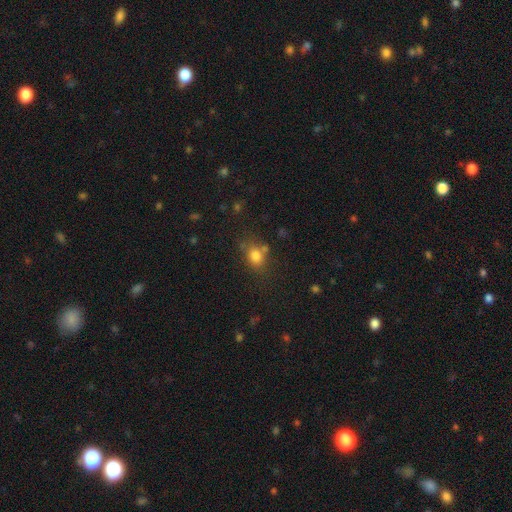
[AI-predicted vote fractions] Morphology: type=smooth (79%); roundness=in between (55%); merging=none (62%).